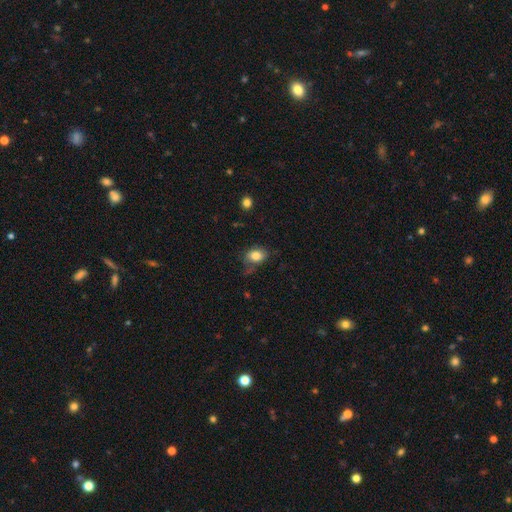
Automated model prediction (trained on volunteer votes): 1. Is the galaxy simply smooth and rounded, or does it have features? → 82% smooth, 9% star or artifact, 9% featured or disk.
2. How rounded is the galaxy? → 69% in between, 30% round, 1% cigar-shaped.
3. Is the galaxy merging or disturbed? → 61% none, 27% minor disturbance, 10% major disturbance, 3% merger.